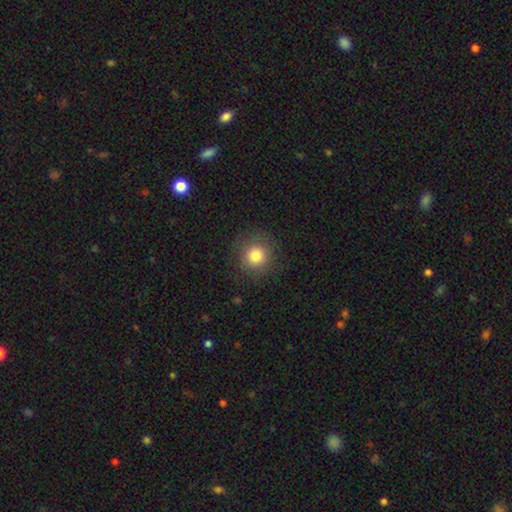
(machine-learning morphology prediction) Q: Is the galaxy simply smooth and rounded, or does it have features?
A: smooth — 81%.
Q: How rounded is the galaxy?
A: round — 94%.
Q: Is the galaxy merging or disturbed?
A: none — 87%.